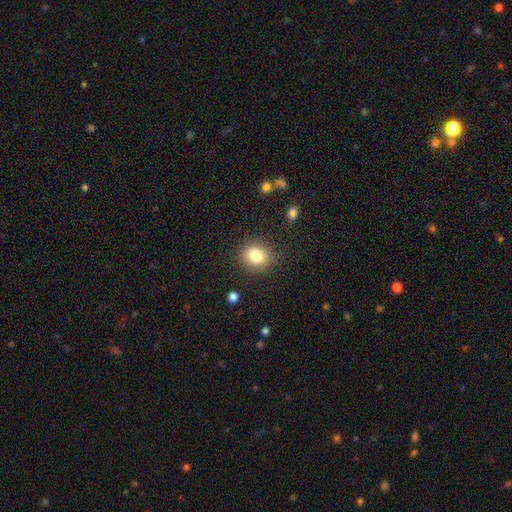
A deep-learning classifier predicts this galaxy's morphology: This appears to be a smooth galaxy with no disk features (82%) that is round (75%). Merging: none (86%).